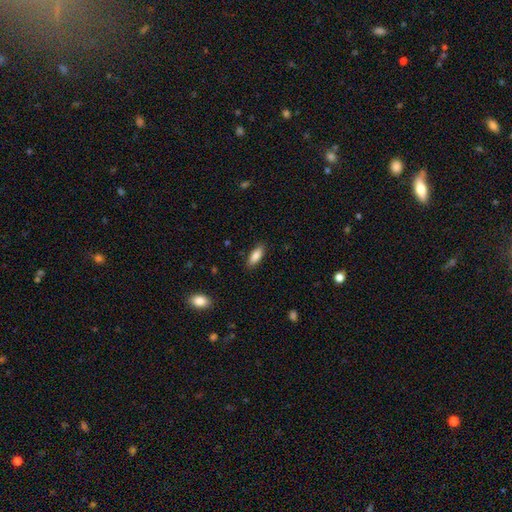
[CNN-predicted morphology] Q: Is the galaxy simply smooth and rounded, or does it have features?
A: smooth — 86%.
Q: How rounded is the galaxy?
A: in between — 73%.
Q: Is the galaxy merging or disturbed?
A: none — 87%.